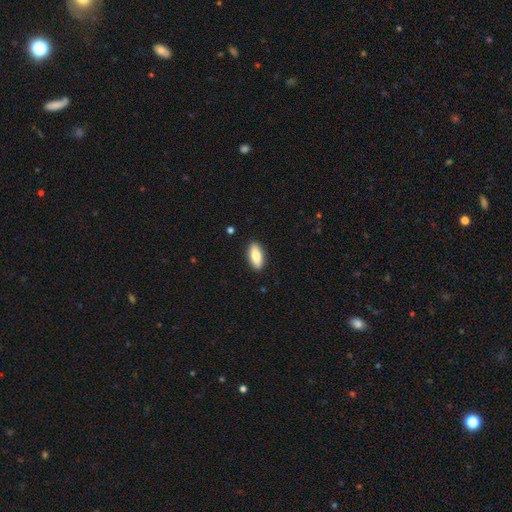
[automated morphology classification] Smooth or featured: smooth — 75% (featured or disk — 19%)
How rounded: in between — 82% (cigar-shaped — 15%)
Merging: none — 89% (minor disturbance — 8%)